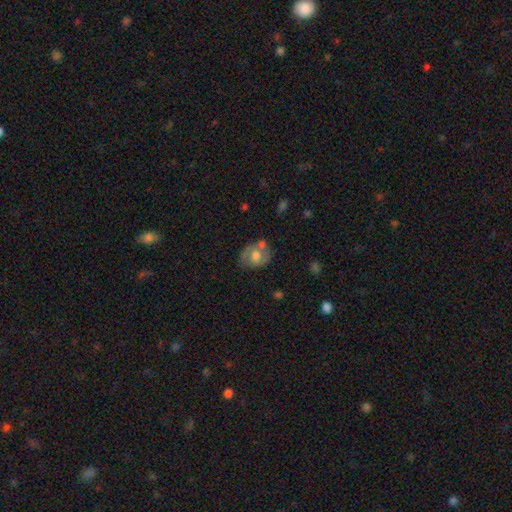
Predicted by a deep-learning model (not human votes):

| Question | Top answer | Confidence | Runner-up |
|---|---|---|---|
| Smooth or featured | smooth | 49% | featured or disk (43%) |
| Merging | none | 60% | minor disturbance (20%) |